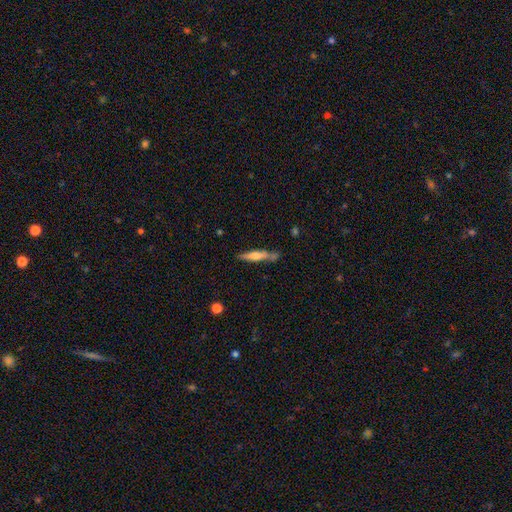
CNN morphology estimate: smooth-or-featured: smooth: 51% | featured or disk: 43% | star or artifact: 6%
  how-rounded: cigar-shaped: 87% | in between: 12% | round: 2%
  merging: none: 71% | minor disturbance: 18% | merger: 7% | major disturbance: 4%